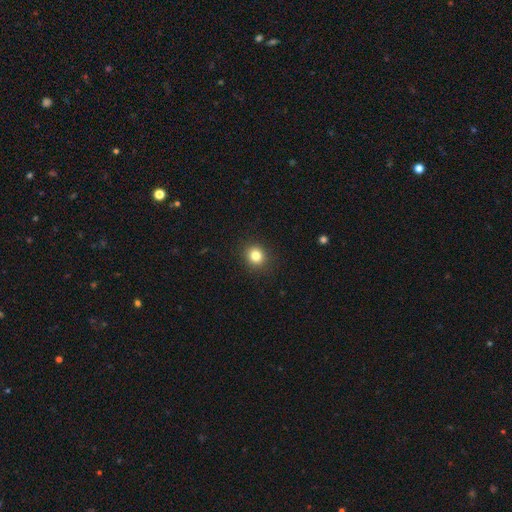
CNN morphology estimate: smooth-or-featured: smooth: 83% | star or artifact: 11% | featured or disk: 6%
  how-rounded: round: 85% | in between: 15% | cigar-shaped: 1%
  merging: none: 91% | minor disturbance: 6% | major disturbance: 2% | merger: 1%